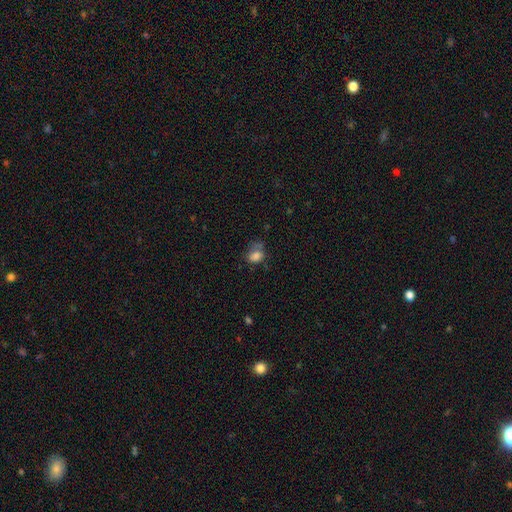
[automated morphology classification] Smooth or featured? smooth (77%)
How rounded? in between (65%)
Merging? none (41%)